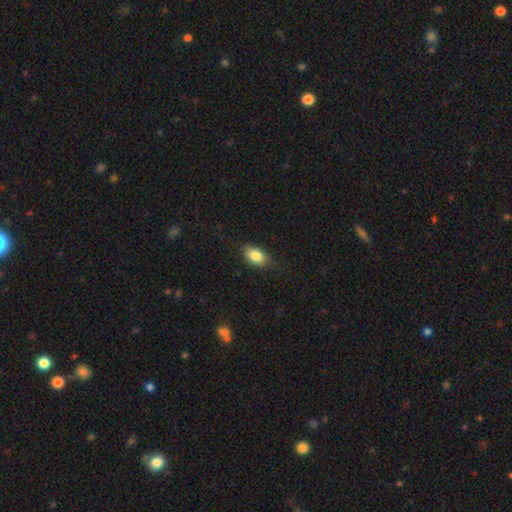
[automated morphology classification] A smooth galaxy with no disk features (83%) that is in between round and cigar-shaped (86%). Merging: none (78%).